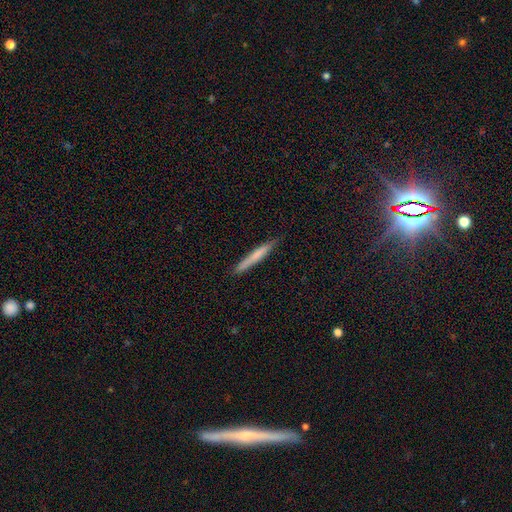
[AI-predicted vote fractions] Morphology: type=smooth (68%); roundness=cigar-shaped (96%); merging=none (88%).